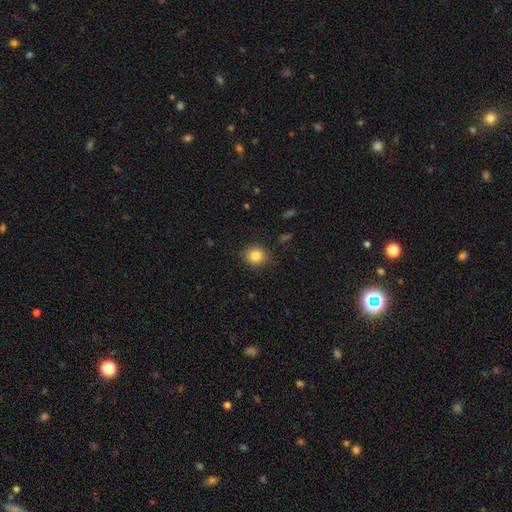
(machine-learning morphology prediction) type=smooth (84%); roundness=round (79%); merging=none (89%).